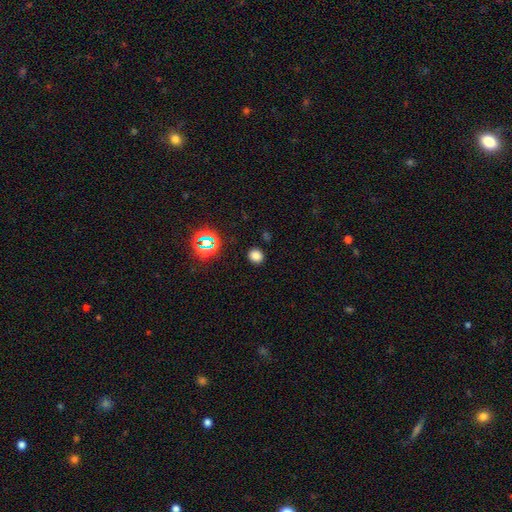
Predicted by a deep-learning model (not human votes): smooth_or_featured: smooth (p=0.75) [alt: star or artifact p=0.20]
how_rounded: round (p=0.78) [alt: in between p=0.21]
merging: none (p=0.88) [alt: minor disturbance p=0.08]